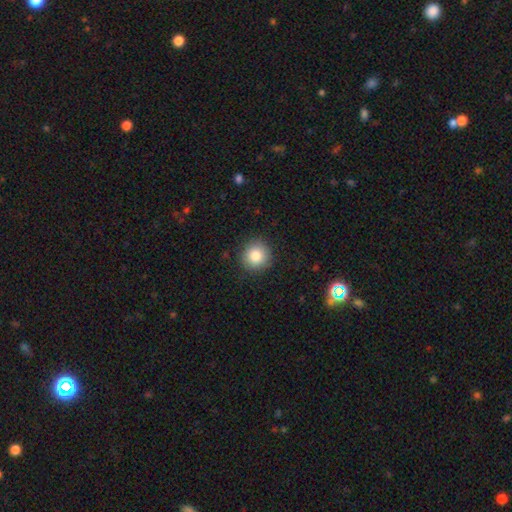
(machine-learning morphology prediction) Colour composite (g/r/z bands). It shows a smooth galaxy with no disk features (84%) that is round (93%). Merging: none (90%).